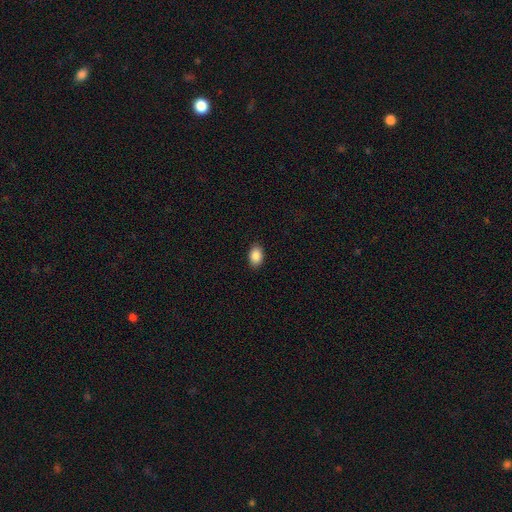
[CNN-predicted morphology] smooth_or_featured: smooth (p=0.89) [alt: star or artifact p=0.08]
how_rounded: in between (p=0.86) [alt: round p=0.13]
merging: none (p=0.89) [alt: minor disturbance p=0.08]